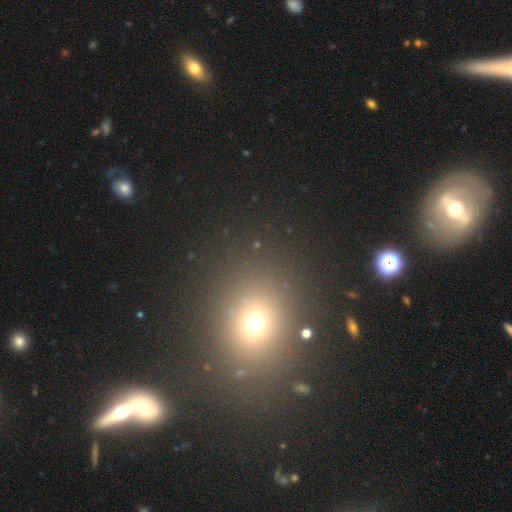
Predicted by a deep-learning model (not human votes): Morphology: type=smooth (60%); roundness=round (62%); merging=none (83%).